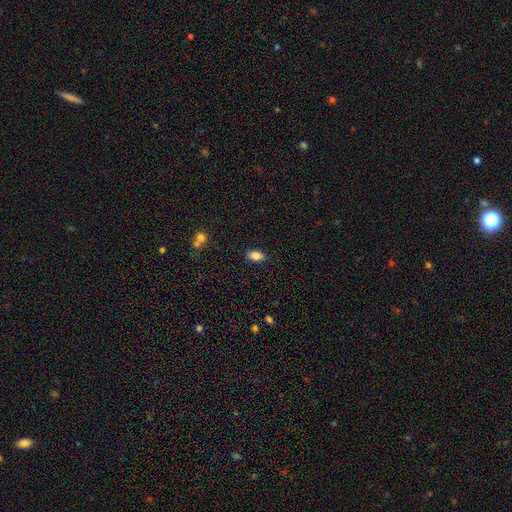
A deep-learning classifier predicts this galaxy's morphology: Q: Smooth or featured?
A: smooth (85%); runner-up: star or artifact (9%)
Q: How rounded?
A: in between (91%); runner-up: round (6%)
Q: Merging?
A: none (88%); runner-up: minor disturbance (8%)